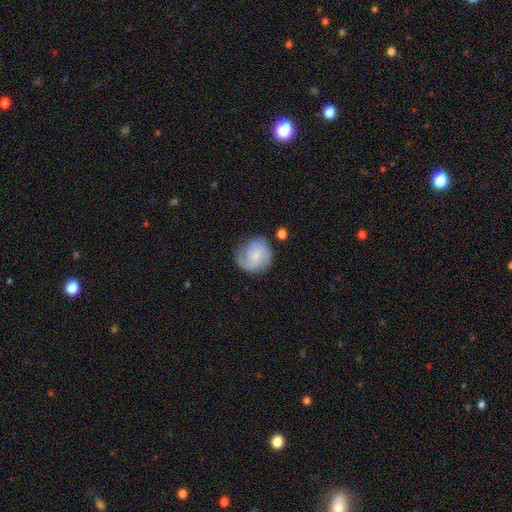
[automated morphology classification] A featured or disk galaxy (49%). Merging: none (62%).